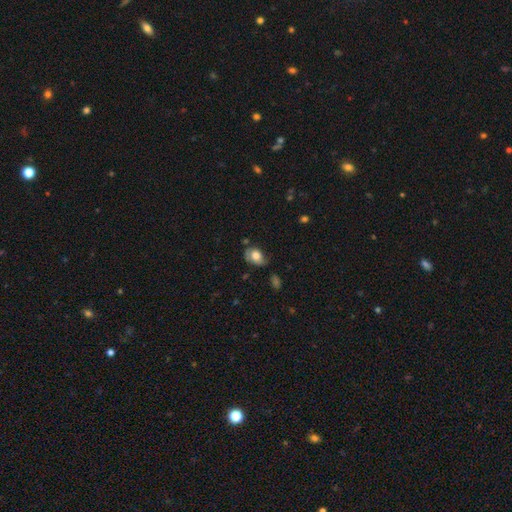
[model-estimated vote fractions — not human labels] Smooth or featured: smooth — 72% (featured or disk — 20%)
How rounded: in between — 78% (round — 21%)
Merging: none — 48% (minor disturbance — 36%)